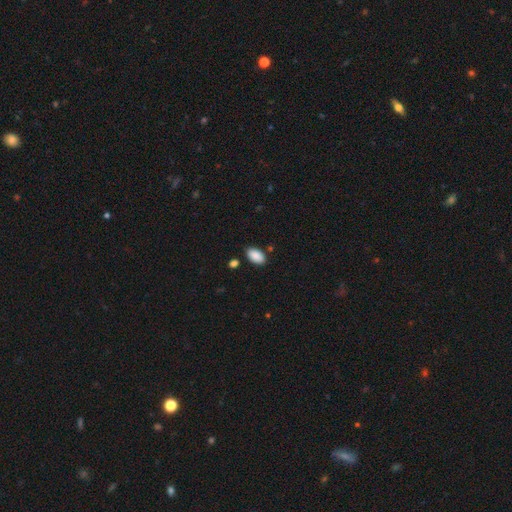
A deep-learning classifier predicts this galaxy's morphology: smooth-or-featured: smooth: 90% | star or artifact: 7% | featured or disk: 3%
  how-rounded: in between: 94% | round: 4% | cigar-shaped: 2%
  merging: none: 84% | minor disturbance: 11% | merger: 3% | major disturbance: 2%